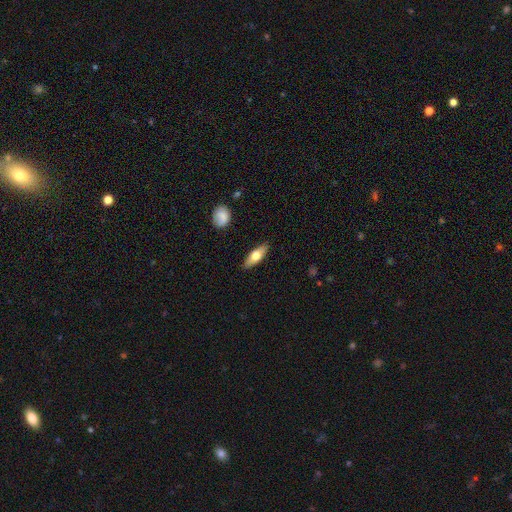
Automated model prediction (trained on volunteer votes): Morphology: type=smooth (56%); roundness=in between (56%); merging=none (88%).